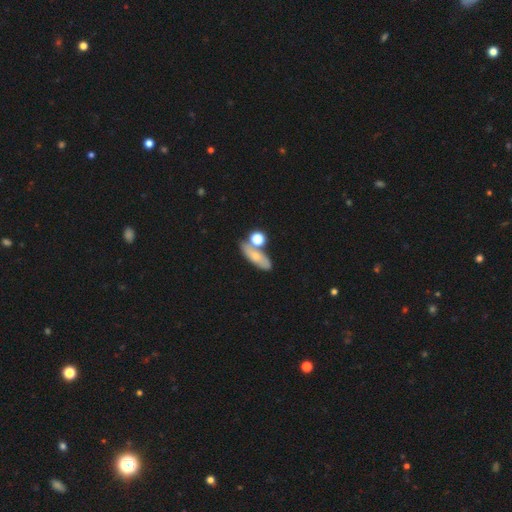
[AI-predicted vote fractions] Smooth or featured?
  - smooth: 61% *
  - featured or disk: 27%
  - star or artifact: 11%
How rounded?
  - in between: 55% *
  - cigar-shaped: 30%
  - round: 15%
Merging?
  - none: 55% *
  - merger: 24%
  - minor disturbance: 15%
  - major disturbance: 6%